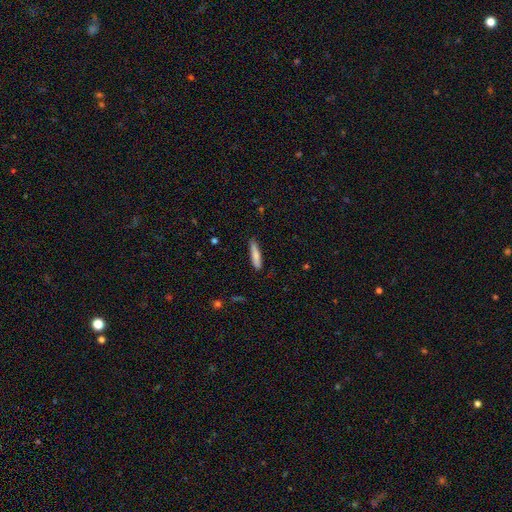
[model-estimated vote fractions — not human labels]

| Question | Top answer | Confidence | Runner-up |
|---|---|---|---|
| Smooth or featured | smooth | 79% | featured or disk (15%) |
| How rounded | cigar-shaped | 85% | in between (14%) |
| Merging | none | 84% | minor disturbance (12%) |